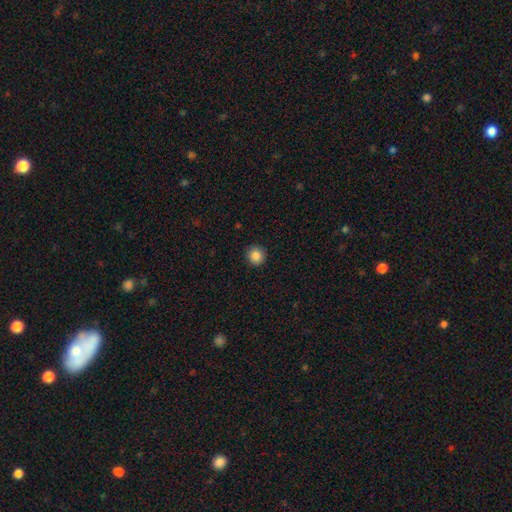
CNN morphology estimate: smooth_or_featured: smooth (p=0.86) [alt: star or artifact p=0.10]
how_rounded: round (p=0.94) [alt: in between p=0.05]
merging: none (p=0.92) [alt: minor disturbance p=0.05]